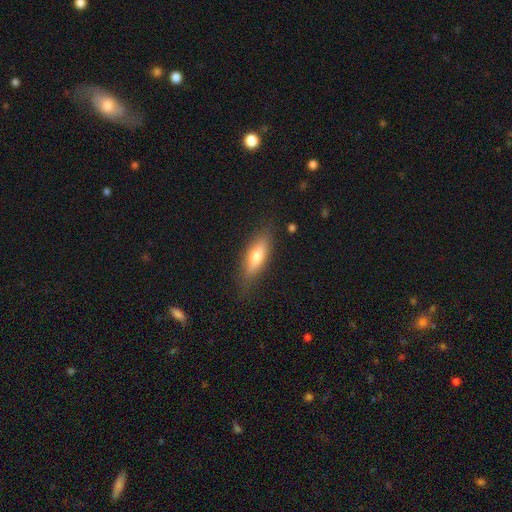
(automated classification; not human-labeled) Smooth or featured: smooth — 61% (featured or disk — 33%)
How rounded: in between — 52% (cigar-shaped — 45%)
Merging: none — 80% (minor disturbance — 15%)